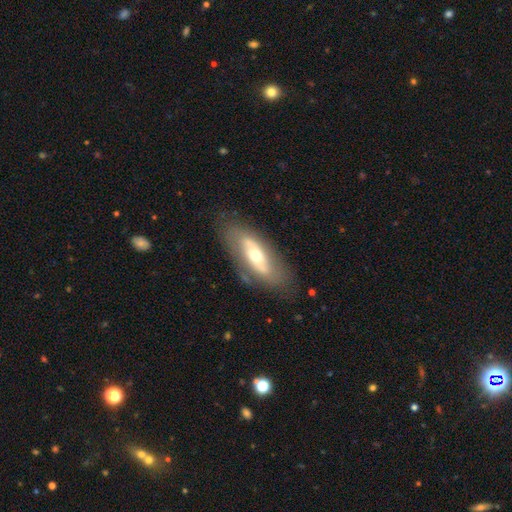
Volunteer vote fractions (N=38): Q: Smooth or featured?
A: featured or disk (68%); runner-up: smooth (29%)
Q: Edge-on disk?
A: no (88%); runner-up: yes (12%)
Q: Bar?
A: no (74%); runner-up: weak (22%)
Q: Spiral arms?
A: no (65%); runner-up: yes (35%)
Q: Bulge size?
A: moderate (65%); runner-up: small (26%)
Q: Merging?
A: none (78%); runner-up: minor disturbance (16%)